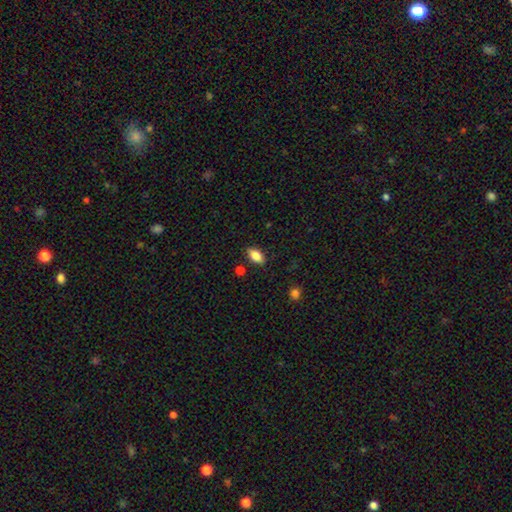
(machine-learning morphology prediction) smooth 83%, featured or disk 9%, star or artifact 8%. Down the decision tree: how rounded — in between (90%); merging — none (86%).